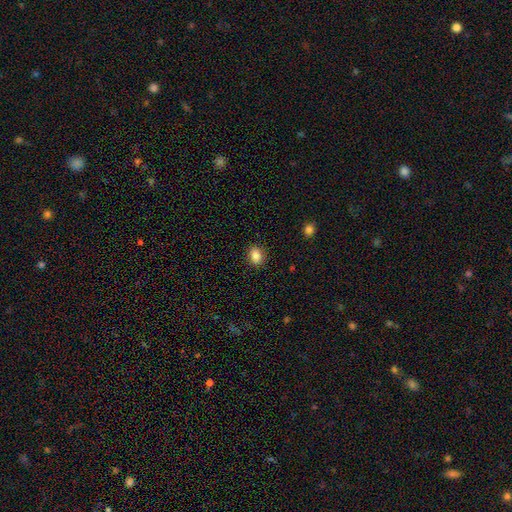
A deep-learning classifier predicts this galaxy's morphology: A smooth galaxy with no disk features (86%) that is in between round and cigar-shaped (60%).

Vote fractions:
- Smooth or featured? smooth: 86% / star or artifact: 10% / featured or disk: 4%
- How rounded? in between: 60% / round: 39% / cigar-shaped: 1%
- Merging? none: 88% / minor disturbance: 8% / major disturbance: 2% / merger: 1%